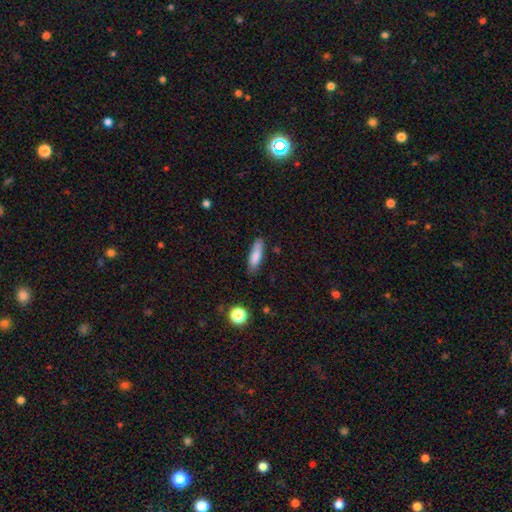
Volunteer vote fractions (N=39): A smooth galaxy with no disk features (87%) that is cigar-shaped (68%).

Vote fractions:
- Smooth or featured? smooth: 87% / featured or disk: 10% / star or artifact: 3%
- How rounded? cigar-shaped: 68% / in between: 32% / round: 0%
- Merging? none: 68% / minor disturbance: 21% / major disturbance: 8% / merger: 3%